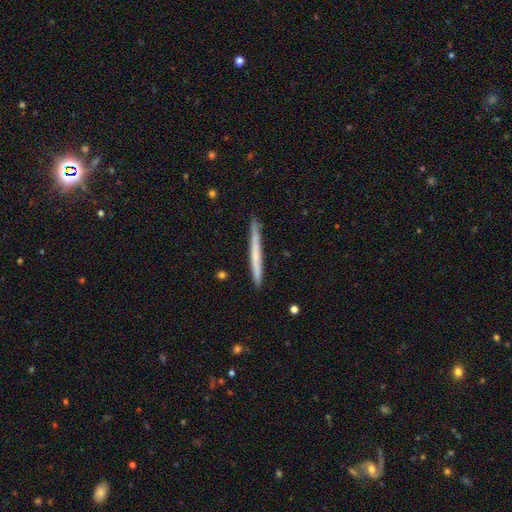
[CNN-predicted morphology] smooth_or_featured: smooth (p=0.56) [alt: featured or disk p=0.39]
how_rounded: cigar-shaped (p=0.97) [alt: in between p=0.01]
merging: none (p=0.90) [alt: minor disturbance p=0.08]